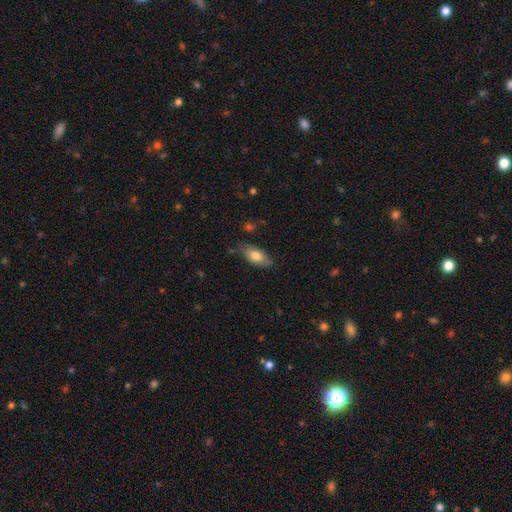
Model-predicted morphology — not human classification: smooth_or_featured: smooth (p=0.75) [alt: featured or disk p=0.19]
how_rounded: in between (p=0.86) [alt: cigar-shaped p=0.11]
merging: none (p=0.76) [alt: minor disturbance p=0.18]